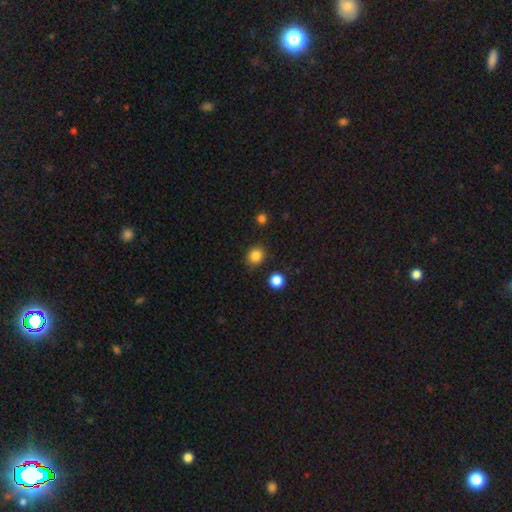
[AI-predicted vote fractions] Smooth or featured? smooth (85%)
How rounded? round (69%)
Merging? none (87%)